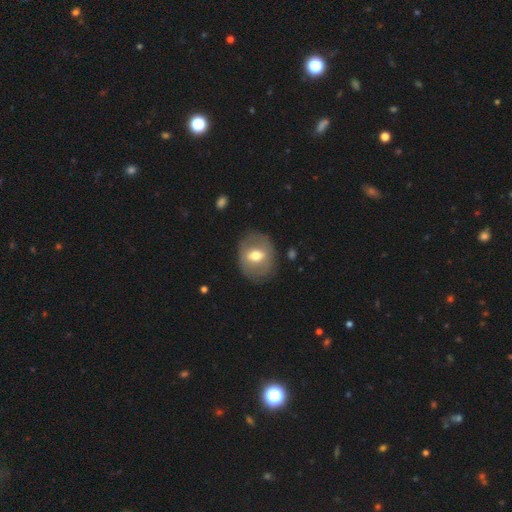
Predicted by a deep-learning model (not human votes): Smooth or featured? featured or disk (49%)
Merging? none (79%)